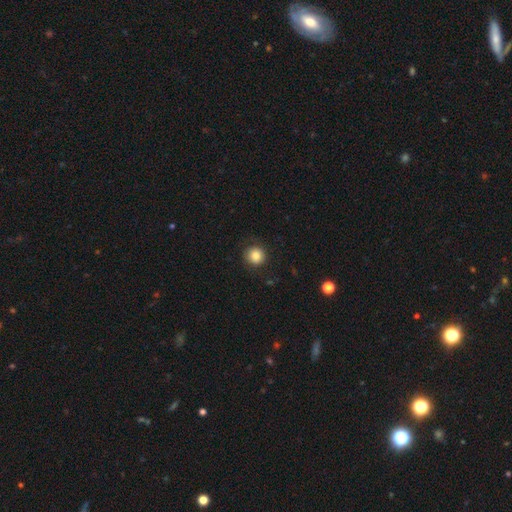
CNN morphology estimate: Smooth or featured? smooth (85%)
How rounded? round (93%)
Merging? none (85%)